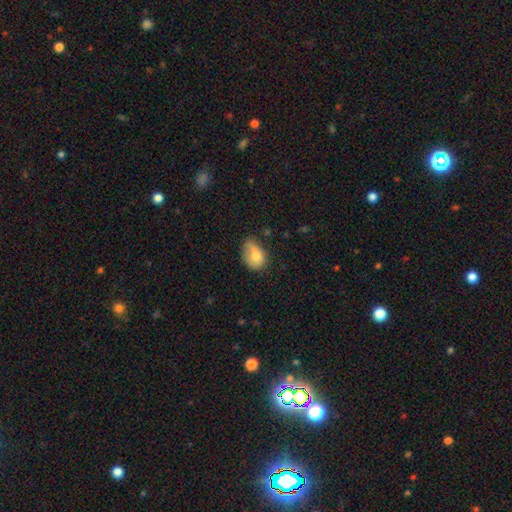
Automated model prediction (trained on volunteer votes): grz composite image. It shows a smooth galaxy with no disk features (75%) that is in between round and cigar-shaped (72%). Merging: minor disturbance (40%).